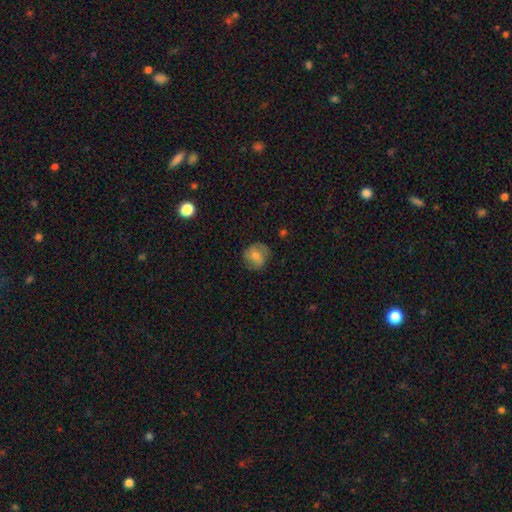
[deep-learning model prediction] Smooth or featured: smooth — 58% (featured or disk — 32%)
How rounded: round — 81% (in between — 18%)
Merging: none — 76% (minor disturbance — 18%)